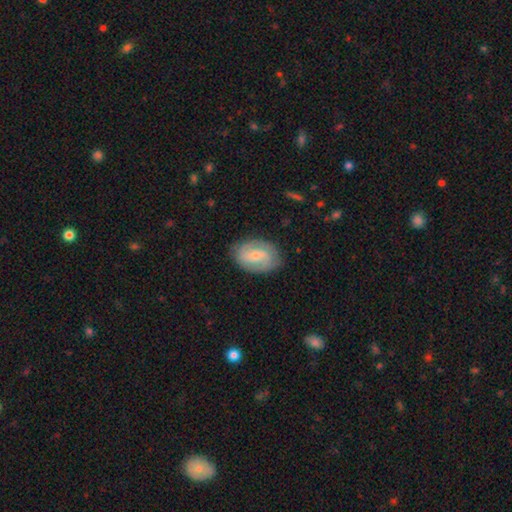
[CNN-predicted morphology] The model was most divided on "bar": no: 45%, weak: 43%, strong: 11%. Remaining: edge-on disk — no (97%); spiral arms — yes (91%); merging — none (81%); spiral arm count — 2 (74%); bulge size — small (72%); smooth or featured — featured or disk (68%); spiral winding — tight (44%).